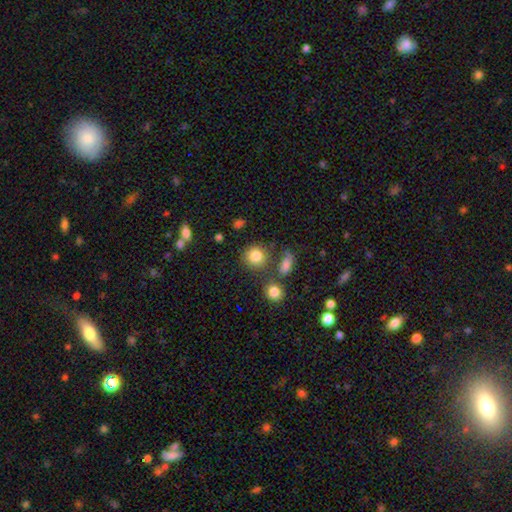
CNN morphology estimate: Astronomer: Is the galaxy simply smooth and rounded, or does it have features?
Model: smooth — 82%.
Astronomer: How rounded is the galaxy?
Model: round — 86%.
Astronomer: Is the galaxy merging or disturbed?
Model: none — 72%.